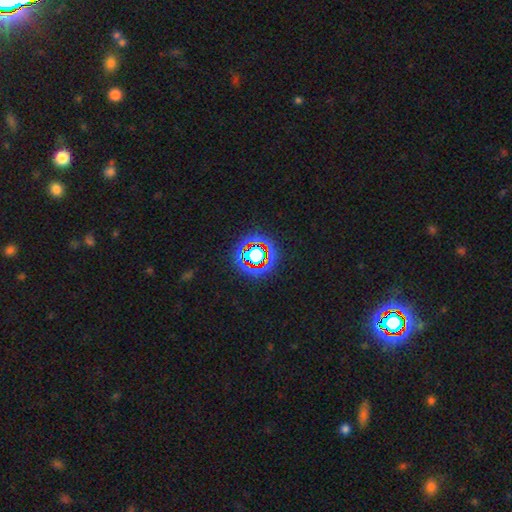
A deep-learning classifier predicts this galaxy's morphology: smooth_or_featured: star or artifact (p=0.67) [alt: smooth p=0.20]